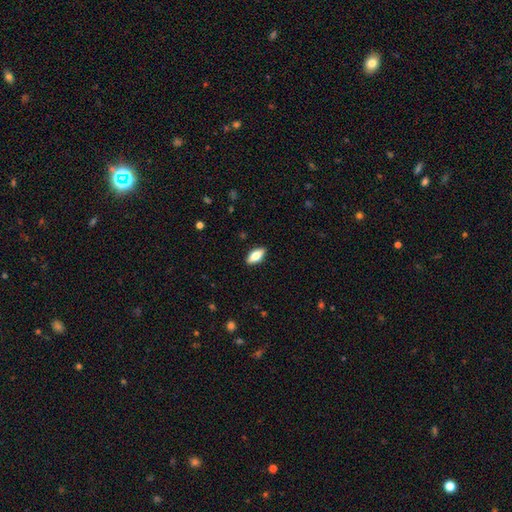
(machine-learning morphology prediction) type=smooth (69%); roundness=in between (79%); merging=none (89%).